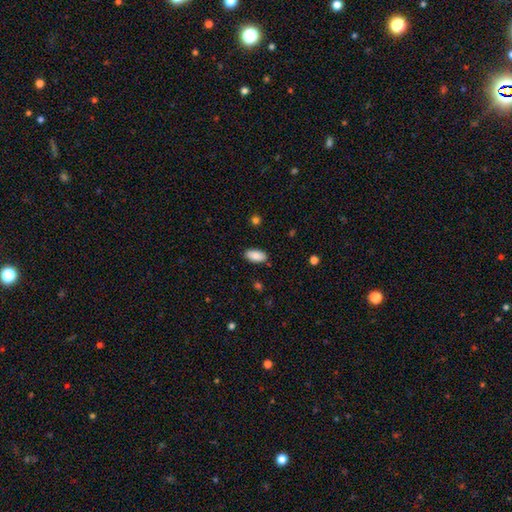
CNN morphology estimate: Smooth or featured? Predicted: smooth (p=0.87). How rounded? Predicted: in between (p=0.93). Merging? Predicted: none (p=0.87).